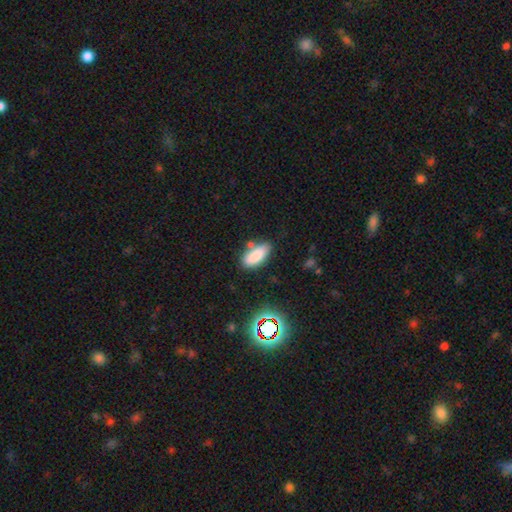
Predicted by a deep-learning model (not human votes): This appears to be a smooth galaxy with no disk features (84%) that is in between round and cigar-shaped (82%). Merging: none (72%).